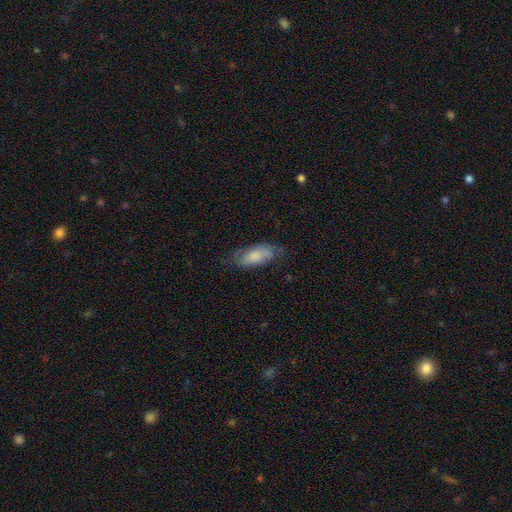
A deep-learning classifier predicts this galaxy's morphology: A smooth galaxy with no disk features (74%) that is in between round and cigar-shaped (81%). Merging: none (65%).